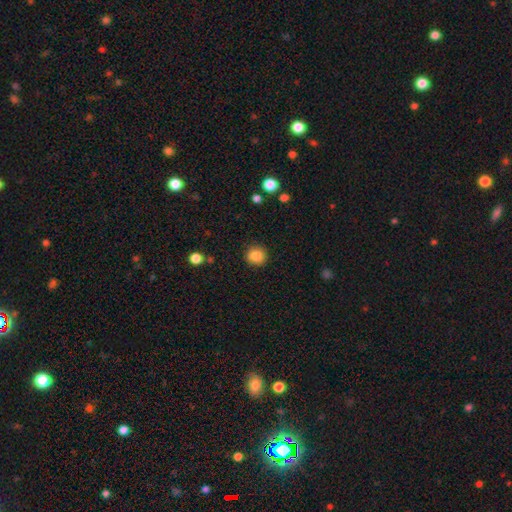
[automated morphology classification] Smooth or featured?
  - smooth: 86% *
  - star or artifact: 10%
  - featured or disk: 5%
How rounded?
  - round: 89% *
  - in between: 10%
  - cigar-shaped: 1%
Merging?
  - none: 89% *
  - minor disturbance: 7%
  - major disturbance: 2%
  - merger: 1%